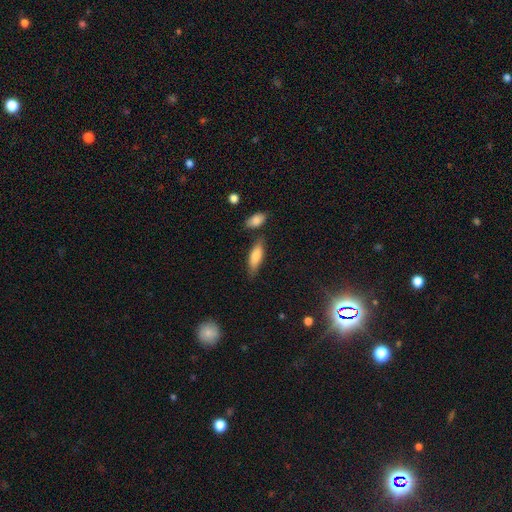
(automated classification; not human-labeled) Smooth or featured? Predicted: smooth (p=0.80). How rounded? Predicted: in between (p=0.58). Merging? Predicted: none (p=0.70).